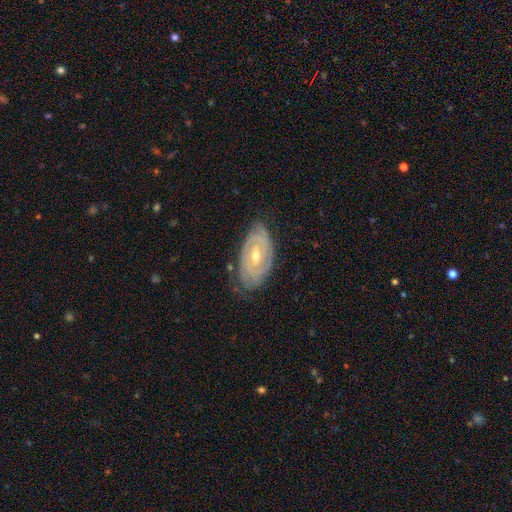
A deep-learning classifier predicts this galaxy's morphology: Q: Smooth or featured?
A: featured or disk (86%); runner-up: smooth (9%)
Q: Edge-on disk?
A: no (95%); runner-up: yes (5%)
Q: Bar?
A: no (45%); runner-up: weak (40%)
Q: Spiral arms?
A: yes (94%); runner-up: no (6%)
Q: Spiral winding?
A: tight (77%); runner-up: medium (18%)
Q: Spiral arm count?
A: 2 (53%); runner-up: can't tell (23%)
Q: Bulge size?
A: moderate (53%); runner-up: small (44%)
Q: Merging?
A: none (76%); runner-up: minor disturbance (18%)